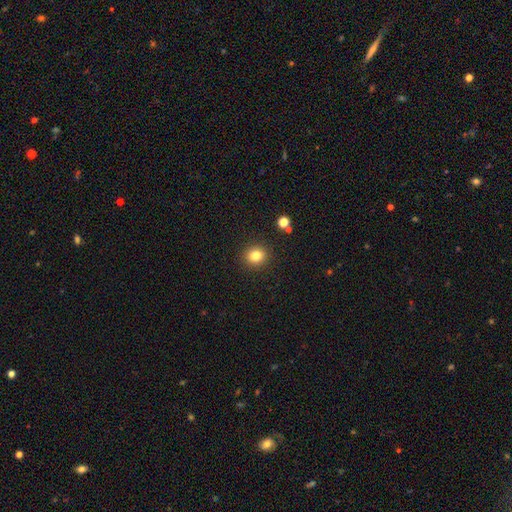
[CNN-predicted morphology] A smooth galaxy with no disk features (81%) that is round (80%).

Vote fractions:
- Smooth or featured? smooth: 81% / star or artifact: 12% / featured or disk: 7%
- How rounded? round: 80% / in between: 19% / cigar-shaped: 1%
- Merging? none: 90% / minor disturbance: 6% / major disturbance: 2% / merger: 2%